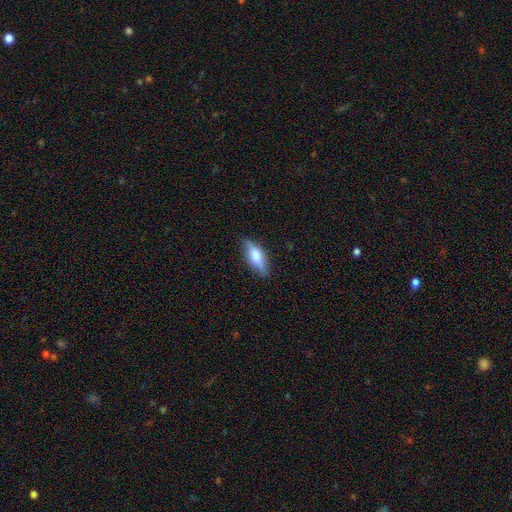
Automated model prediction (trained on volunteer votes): The model was most divided on "how rounded": in between: 59%, cigar-shaped: 38%, round: 3%. More confident: merging — none (83%); smooth or featured — smooth (57%).